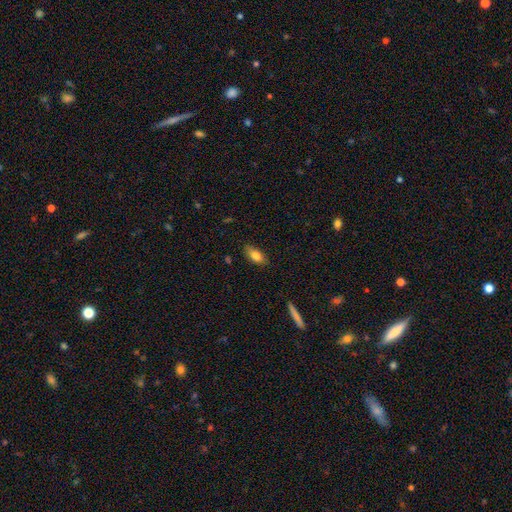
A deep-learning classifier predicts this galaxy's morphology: smooth 80%, featured or disk 12%, star or artifact 8%. Down the decision tree: how rounded — in between (86%); merging — none (83%).